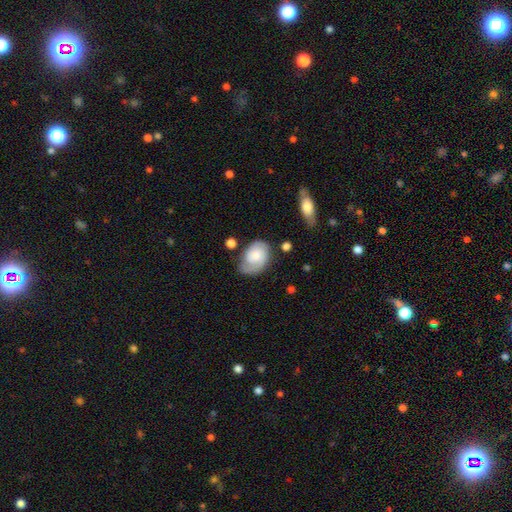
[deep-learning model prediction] This appears to be a featured or disk galaxy (57%) with no bar (71%), spiral arms (88%) and a moderate central bulge (43%). Merging: none (60%).